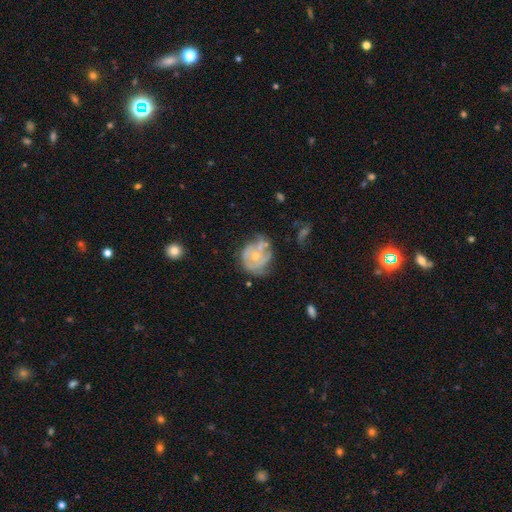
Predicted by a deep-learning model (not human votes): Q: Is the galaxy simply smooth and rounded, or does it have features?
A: featured or disk — 67%.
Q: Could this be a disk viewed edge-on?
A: no — 98%.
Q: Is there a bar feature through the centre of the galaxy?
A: no — 83%.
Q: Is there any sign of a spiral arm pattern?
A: yes — 60%.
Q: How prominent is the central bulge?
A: small — 53%.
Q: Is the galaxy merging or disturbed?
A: none — 43%.